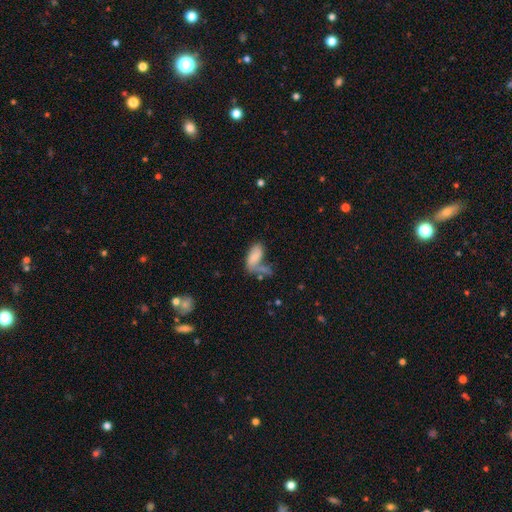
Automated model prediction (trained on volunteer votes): Smooth or featured? smooth (69%)
How rounded? in between (88%)
Merging? none (32%)